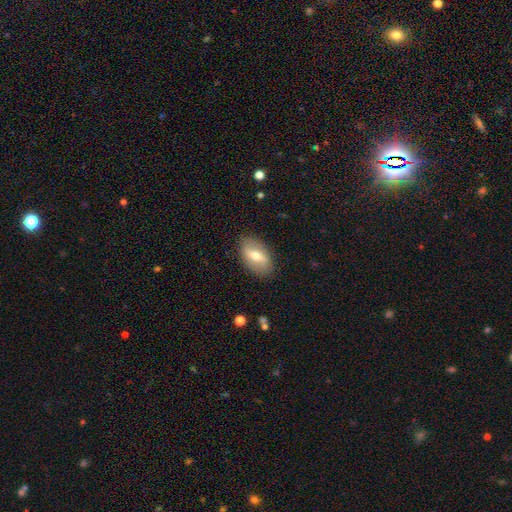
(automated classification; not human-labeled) Q: Smooth or featured?
A: smooth (48%); runner-up: featured or disk (45%)
Q: Merging?
A: none (85%); runner-up: minor disturbance (11%)